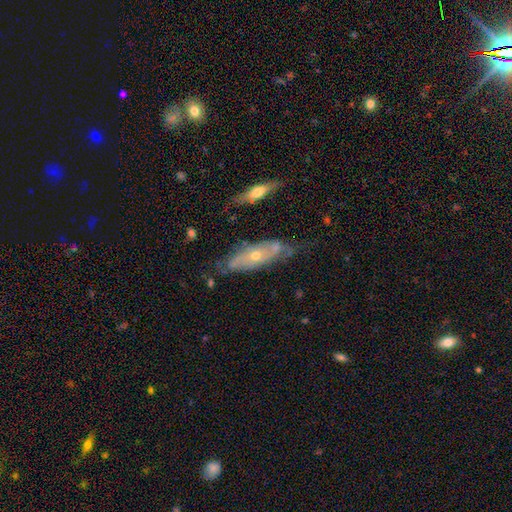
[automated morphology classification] smooth-or-featured: featured or disk: 64% | smooth: 29% | star or artifact: 7%
  disk-edge-on: no: 71% | yes: 29%
  merging: none: 57% | minor disturbance: 27% | major disturbance: 8% | merger: 8%